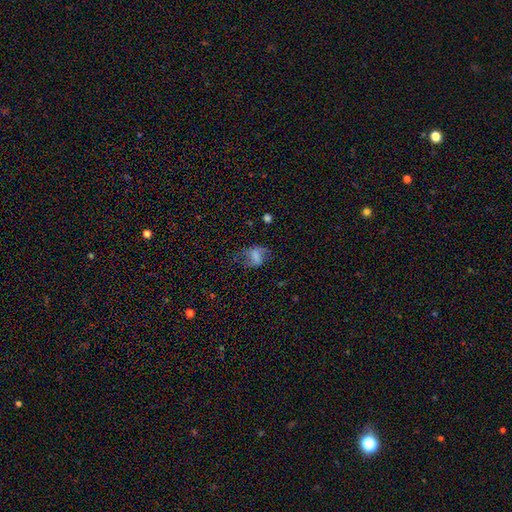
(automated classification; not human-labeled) Smooth or featured?
  - smooth: 44% * (tied)
  - featured or disk: 44% * (tied)
  - star or artifact: 13%
Merging?
  - none: 48% *
  - minor disturbance: 25%
  - major disturbance: 24%
  - merger: 3%